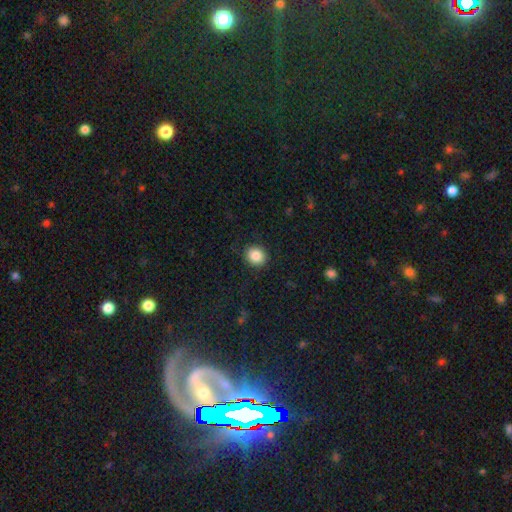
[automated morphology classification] Q: Smooth or featured?
A: smooth (87%); runner-up: star or artifact (9%)
Q: How rounded?
A: round (81%); runner-up: in between (18%)
Q: Merging?
A: none (89%); runner-up: minor disturbance (8%)